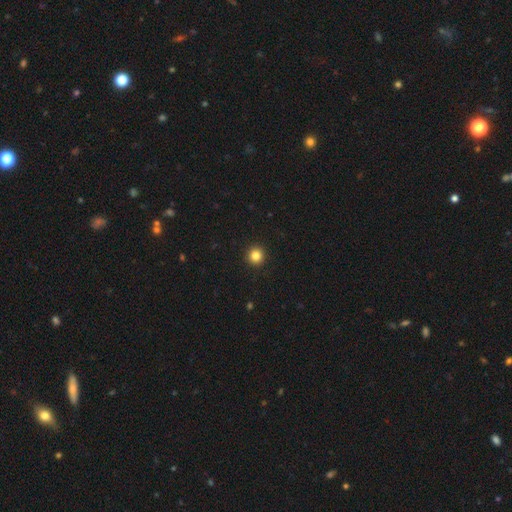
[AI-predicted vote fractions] A smooth galaxy with no disk features (83%) that is round (95%). Merging: none (94%).